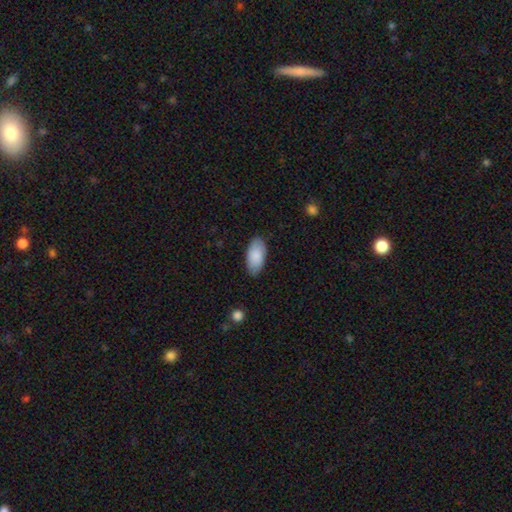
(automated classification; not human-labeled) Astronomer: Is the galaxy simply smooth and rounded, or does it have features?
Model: smooth — 88%.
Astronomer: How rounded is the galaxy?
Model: in between — 94%.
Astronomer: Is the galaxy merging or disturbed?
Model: none — 84%.